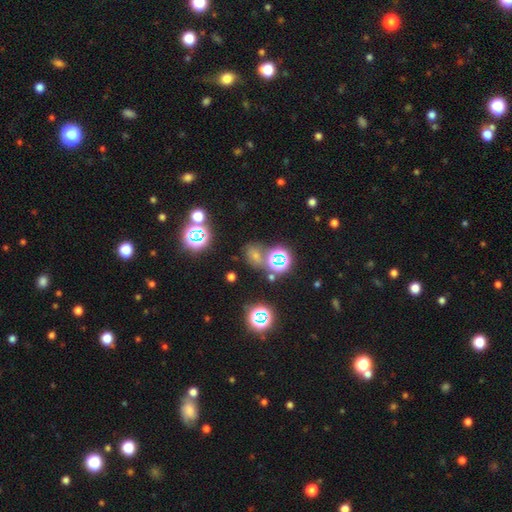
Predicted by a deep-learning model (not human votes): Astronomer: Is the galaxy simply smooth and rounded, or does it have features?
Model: smooth — 46% (runner-up: star or artifact, 44%).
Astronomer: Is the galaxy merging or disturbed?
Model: none — 60%.